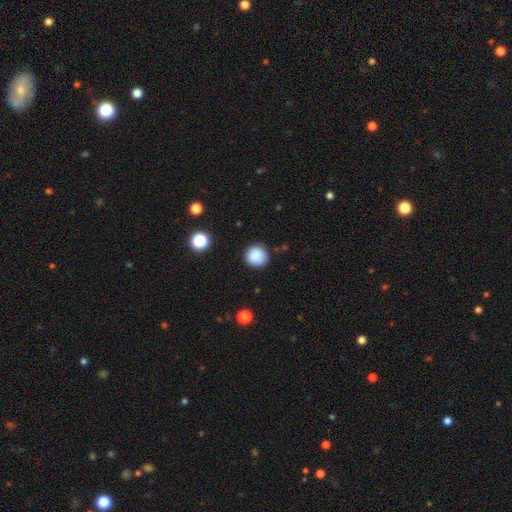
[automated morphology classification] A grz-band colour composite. It shows a smooth galaxy with no disk features (87%) that is round (92%). Merging: none (84%).